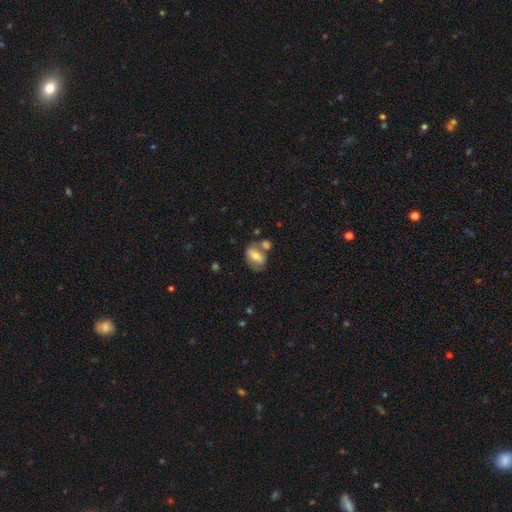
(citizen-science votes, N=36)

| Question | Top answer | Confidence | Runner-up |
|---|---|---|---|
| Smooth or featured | smooth | 61% | featured or disk (33%) |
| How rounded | in between | 64% | round (27%) |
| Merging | none | 47% | minor disturbance (24%) |